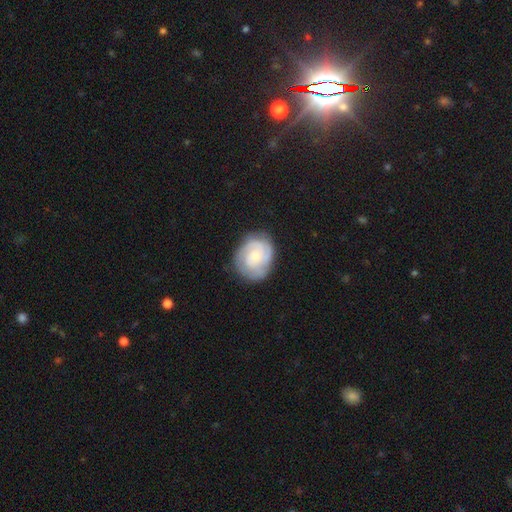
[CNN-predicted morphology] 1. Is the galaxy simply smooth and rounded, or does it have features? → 71% featured or disk, 23% smooth, 6% star or artifact.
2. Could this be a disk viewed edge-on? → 98% no, 2% yes.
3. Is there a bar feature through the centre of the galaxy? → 74% no, 22% weak, 3% strong.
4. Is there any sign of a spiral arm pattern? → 93% yes, 7% no.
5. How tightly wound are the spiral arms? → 63% tight, 30% medium, 7% loose.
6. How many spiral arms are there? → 32% 3, 27% 2, 26% can't tell, 7% 4, 5% 1, 4% more than 4.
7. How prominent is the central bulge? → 63% small, 27% moderate, 5% none, 3% large, 1% dominant.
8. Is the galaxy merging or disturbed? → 75% none, 18% minor disturbance, 6% major disturbance, 1% merger.